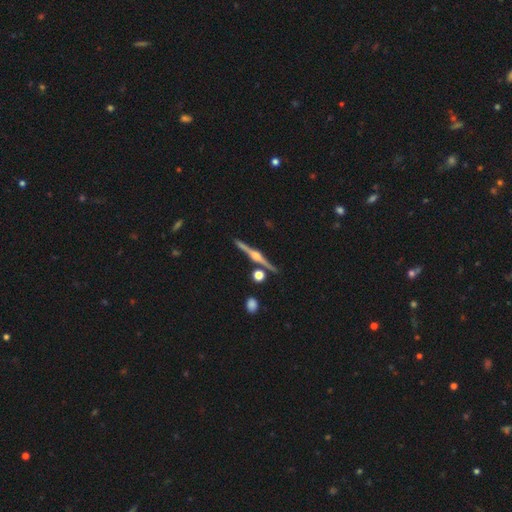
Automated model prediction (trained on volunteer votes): smooth-or-featured: featured or disk: 86% | smooth: 8% | star or artifact: 6%
  disk-edge-on: yes: 99% | no: 1%
    edge-on-bulge: rounded: 92% | boxy: 5% | none: 2%
  merging: none: 89% | minor disturbance: 6% | merger: 4% | major disturbance: 2%